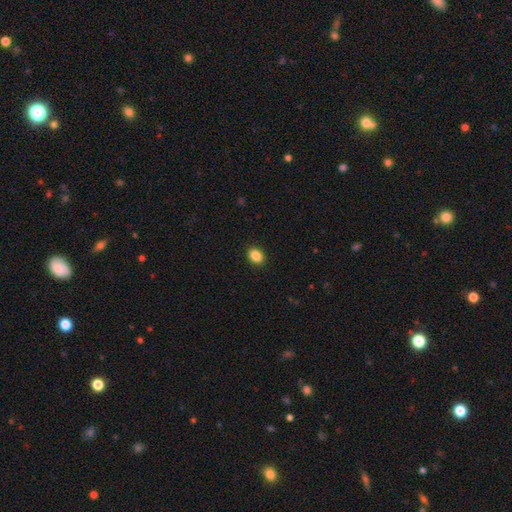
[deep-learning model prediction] Smooth or featured? smooth (88%)
How rounded? in between (66%)
Merging? none (91%)